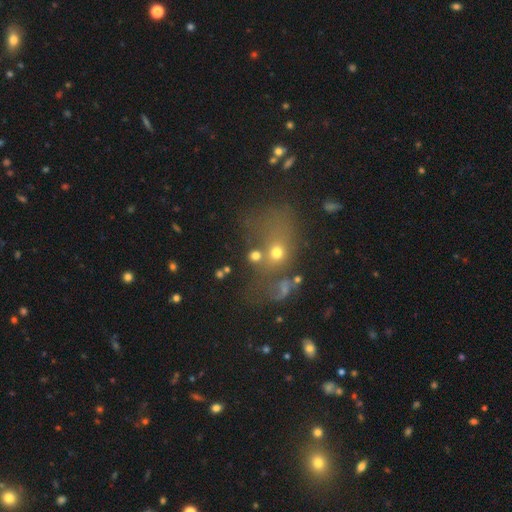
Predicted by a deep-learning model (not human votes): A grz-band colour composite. It shows a smooth galaxy with no disk features (56%) that is round (57%). Merging: none (39%).